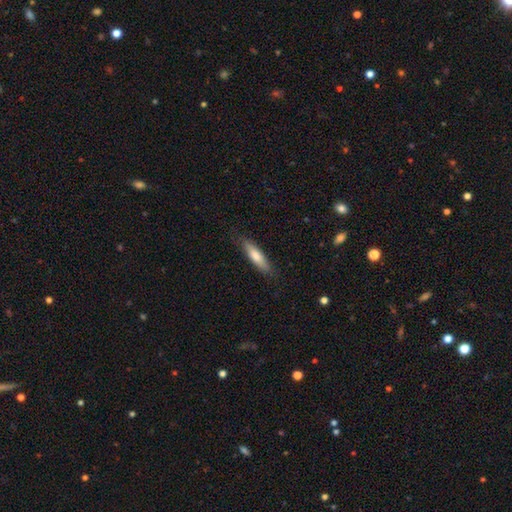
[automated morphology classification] smooth 72%, featured or disk 22%, star or artifact 6%. Down the decision tree: how rounded — cigar-shaped (73%); merging — none (84%).